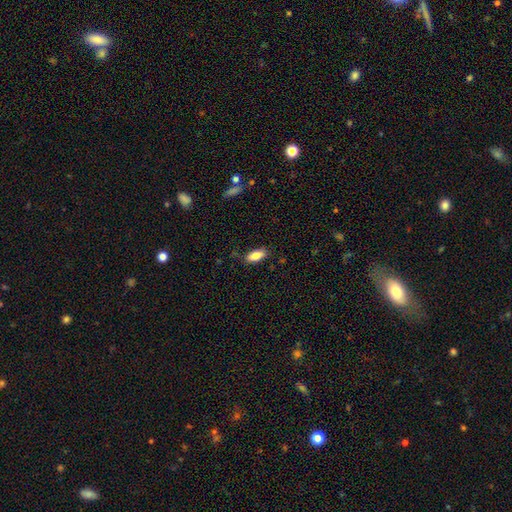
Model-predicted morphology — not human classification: Smooth or featured: smooth — 81% (featured or disk — 12%)
How rounded: in between — 85% (cigar-shaped — 12%)
Merging: none — 81% (minor disturbance — 15%)